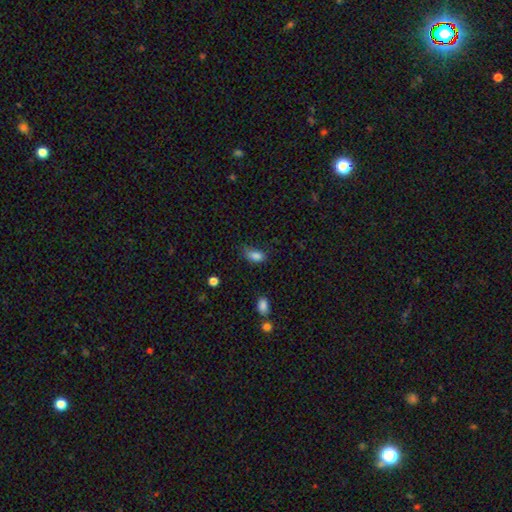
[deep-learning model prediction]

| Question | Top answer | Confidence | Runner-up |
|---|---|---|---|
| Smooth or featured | smooth | 85% | star or artifact (9%) |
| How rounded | in between | 90% | round (6%) |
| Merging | none | 51% | minor disturbance (35%) |